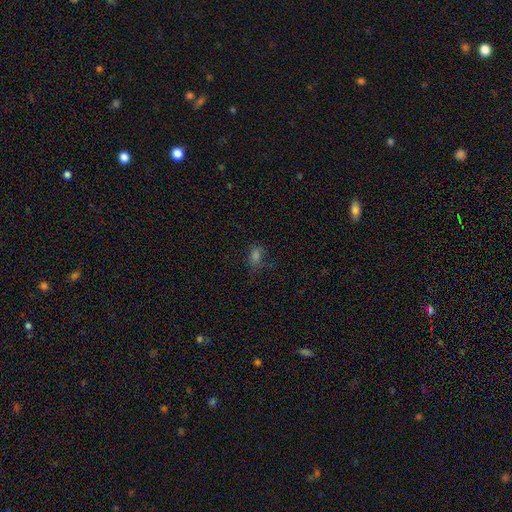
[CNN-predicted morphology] The model was most divided on "smooth or featured": smooth: 63%, star or artifact: 27%, featured or disk: 10%. More confident: how rounded — in between (76%); merging — none (64%).